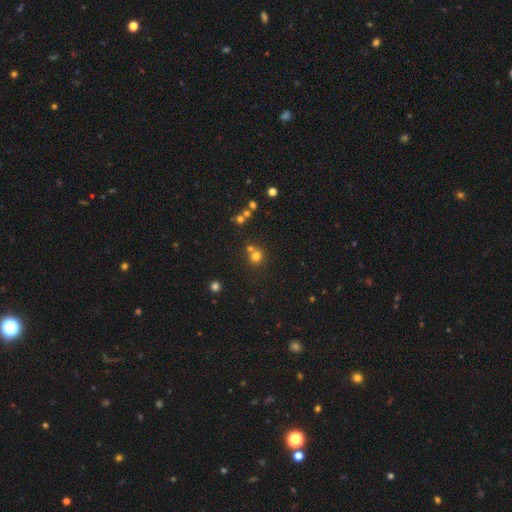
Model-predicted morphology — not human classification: Smooth or featured? smooth (72%)
How rounded? round (89%)
Merging? none (61%)